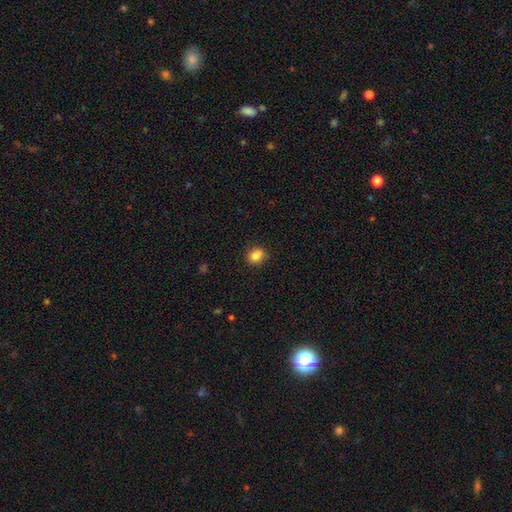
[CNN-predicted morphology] Smooth or featured?
  - smooth: 83% *
  - star or artifact: 11%
  - featured or disk: 7%
How rounded?
  - round: 74% *
  - in between: 25%
  - cigar-shaped: 1%
Merging?
  - none: 74% *
  - minor disturbance: 18%
  - merger: 5%
  - major disturbance: 3%